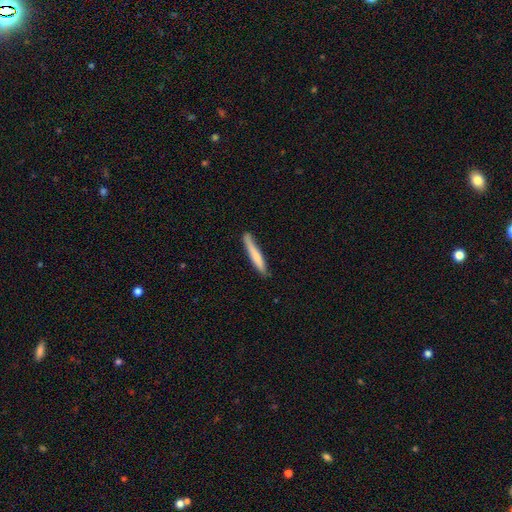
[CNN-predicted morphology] Smooth or featured: smooth — 71% (featured or disk — 24%)
How rounded: cigar-shaped — 94% (in between — 5%)
Merging: none — 79% (minor disturbance — 17%)